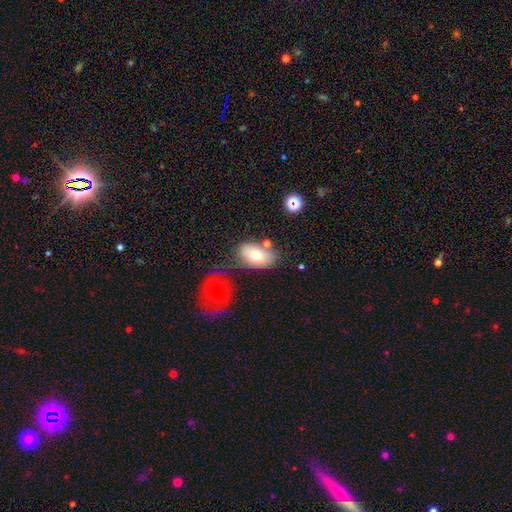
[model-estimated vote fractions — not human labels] The model was most divided on "merging": none: 61%, minor disturbance: 18%, merger: 13%, major disturbance: 7%. More confident: how rounded — in between (87%); smooth or featured — smooth (69%).